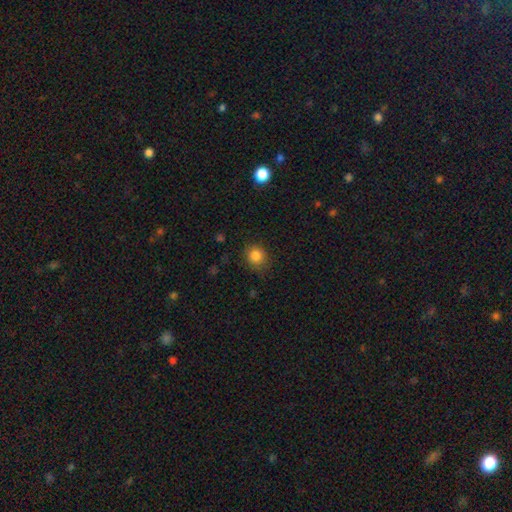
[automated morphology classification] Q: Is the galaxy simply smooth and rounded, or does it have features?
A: smooth — 84%.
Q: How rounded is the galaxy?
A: round — 81%.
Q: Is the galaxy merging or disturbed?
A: none — 81%.